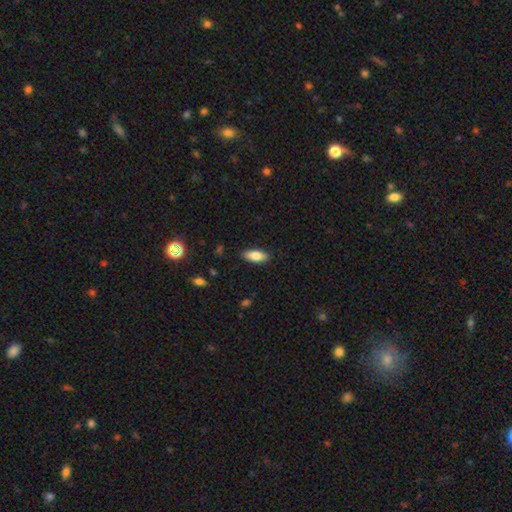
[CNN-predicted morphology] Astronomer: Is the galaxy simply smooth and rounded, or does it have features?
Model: smooth — 81%.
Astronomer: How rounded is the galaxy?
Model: in between — 80%.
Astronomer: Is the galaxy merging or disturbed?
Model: none — 87%.